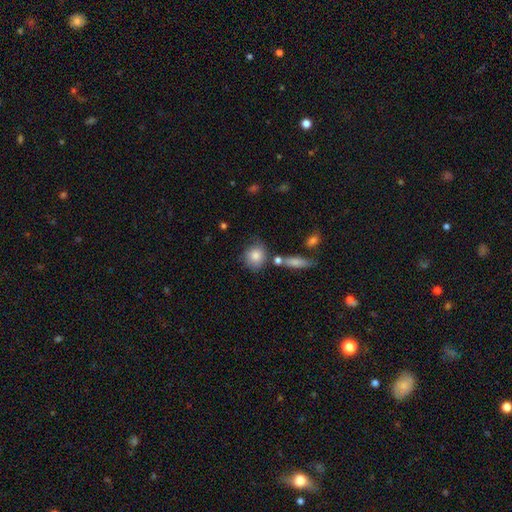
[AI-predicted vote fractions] Smooth or featured? smooth (82%)
How rounded? round (74%)
Merging? none (64%)